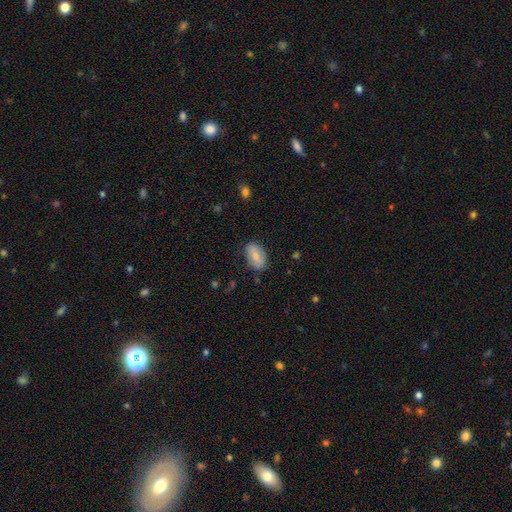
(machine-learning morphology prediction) This appears to be a smooth galaxy with no disk features (64%) that is in between round and cigar-shaped (90%). Merging: none (78%).